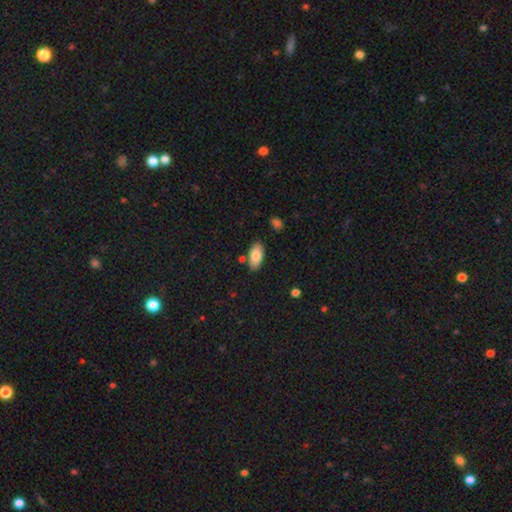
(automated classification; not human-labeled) A smooth galaxy with no disk features (83%) that is in between round and cigar-shaped (92%).

Vote fractions:
- Smooth or featured? smooth: 83% / featured or disk: 11% / star or artifact: 7%
- How rounded? in between: 92% / cigar-shaped: 6% / round: 2%
- Merging? none: 84% / minor disturbance: 11% / merger: 4% / major disturbance: 2%